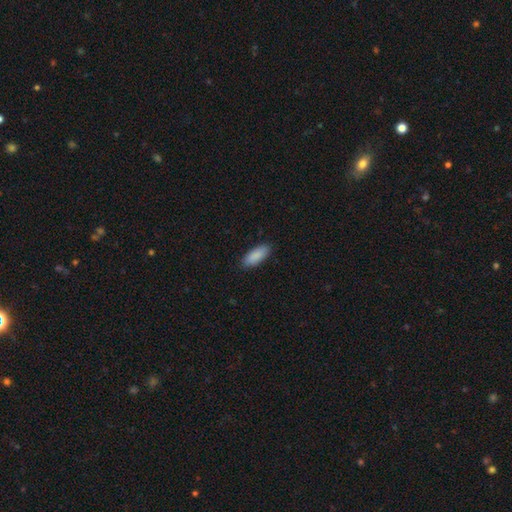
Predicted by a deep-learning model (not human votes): Smooth or featured? Predicted: smooth (p=0.90). How rounded? Predicted: in between (p=0.81). Merging? Predicted: none (p=0.89).